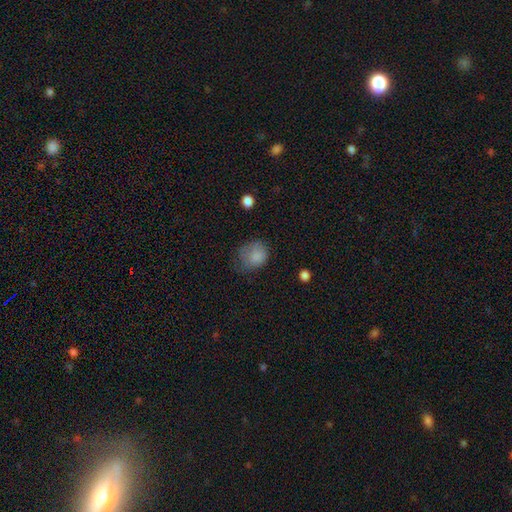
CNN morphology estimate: Smooth or featured?
  - smooth: 81% *
  - star or artifact: 10%
  - featured or disk: 9%
How rounded?
  - round: 55% *
  - in between: 44%
  - cigar-shaped: 1%
Merging?
  - none: 42% *
  - minor disturbance: 35%
  - major disturbance: 20%
  - merger: 2%